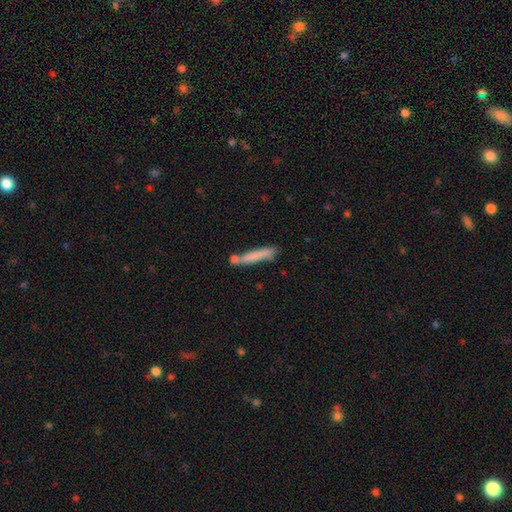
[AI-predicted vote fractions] Overall: smooth (71%). How rounded: cigar-shaped (93%). Merging: none (64%).